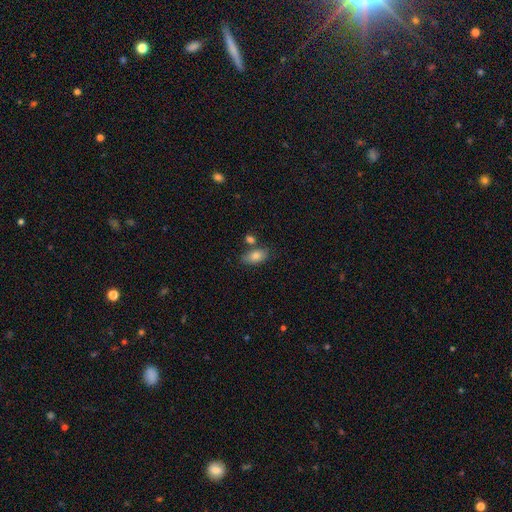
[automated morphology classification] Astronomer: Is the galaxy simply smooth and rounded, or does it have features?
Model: smooth — 80%.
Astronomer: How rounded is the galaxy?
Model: in between — 90%.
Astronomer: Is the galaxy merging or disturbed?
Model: none — 66%.